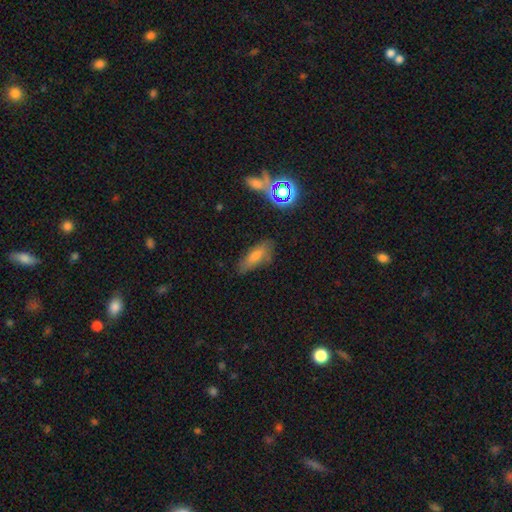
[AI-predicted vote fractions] This appears to be a smooth galaxy with no disk features (62%) that is in between round and cigar-shaped (64%). Merging: none (71%).